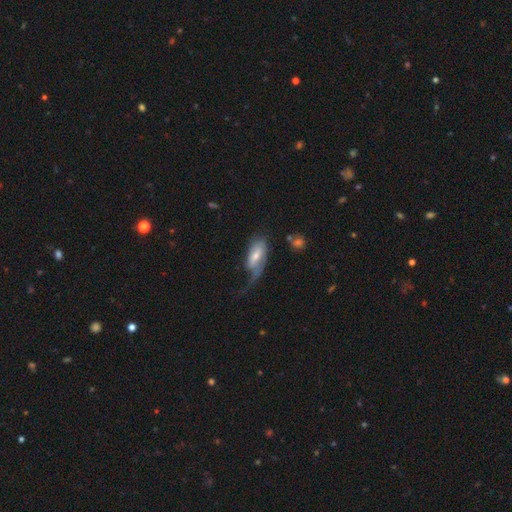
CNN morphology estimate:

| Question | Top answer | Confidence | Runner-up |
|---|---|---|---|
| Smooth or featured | featured or disk | 48% | smooth (46%) |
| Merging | major disturbance | 50% | none (23%) |